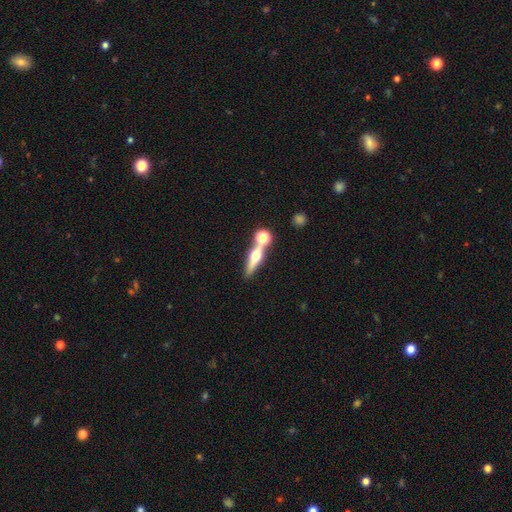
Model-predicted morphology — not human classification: The model was most divided on "smooth or featured": featured or disk: 51%, smooth: 40%, star or artifact: 9%. More confident: edge-on disk — yes (87%); merging — none (55%).